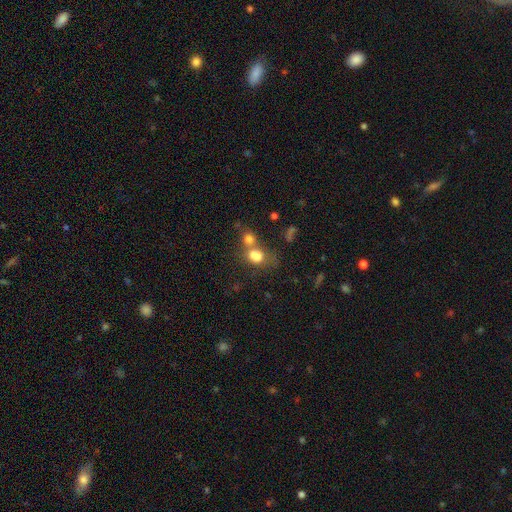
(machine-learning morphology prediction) Smooth or featured? Predicted: smooth (p=0.75). How rounded? Predicted: in between (p=0.51). Merging? Predicted: merger (p=0.56).